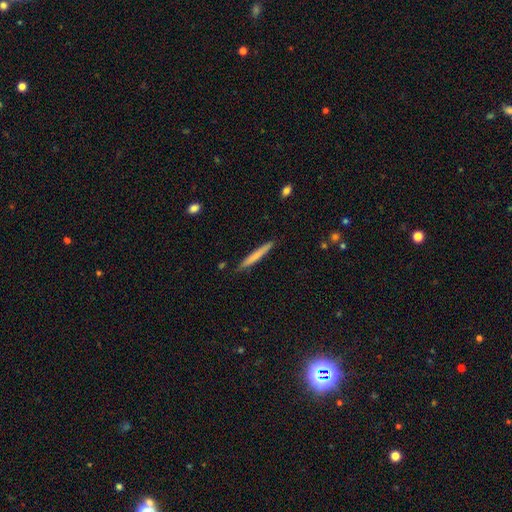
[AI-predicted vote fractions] Smooth or featured: smooth — 67% (featured or disk — 27%)
How rounded: cigar-shaped — 96% (in between — 2%)
Merging: none — 88% (minor disturbance — 9%)